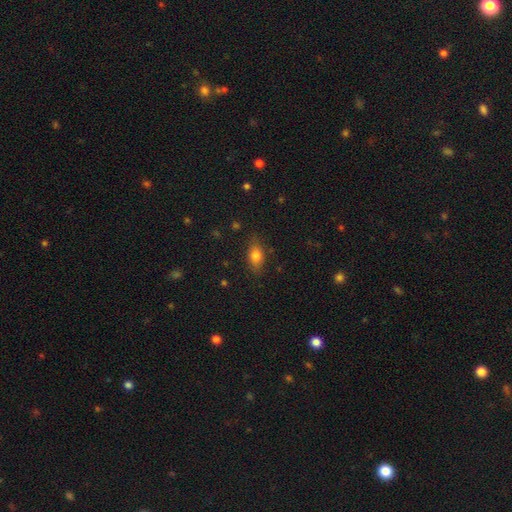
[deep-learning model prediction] The model was most divided on "smooth or featured": smooth: 77%, featured or disk: 13%, star or artifact: 10%. More confident: how rounded — in between (81%); merging — none (80%).